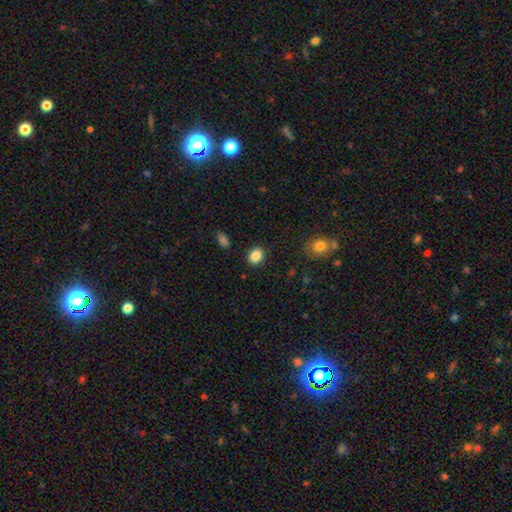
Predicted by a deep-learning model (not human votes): This is clearly a smooth galaxy (87%). How rounded: possibly in between (52%). Merging: clearly none (89%).